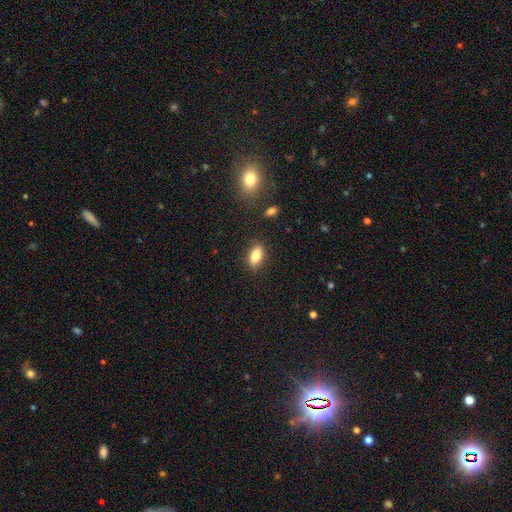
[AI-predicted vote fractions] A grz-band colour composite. It shows a smooth galaxy with no disk features (82%) that is in between round and cigar-shaped (86%). Merging: none (86%).